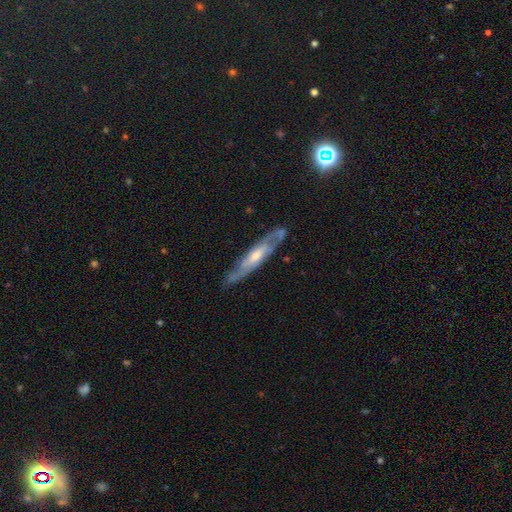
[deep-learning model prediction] smooth_or_featured: featured or disk (p=0.72) [alt: smooth p=0.22]
disk_edge_on: yes (p=0.56) [alt: no p=0.44]
merging: none (p=0.77) [alt: minor disturbance p=0.17]